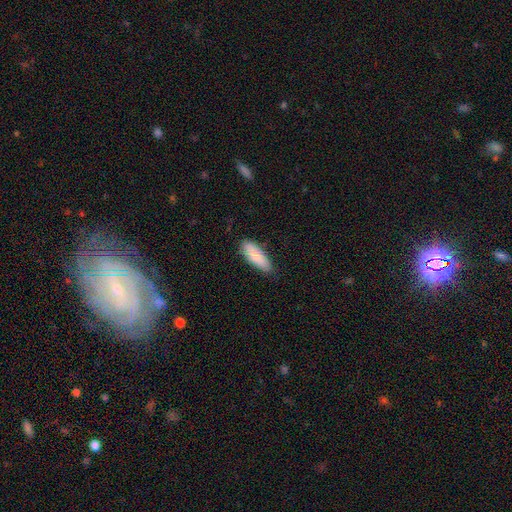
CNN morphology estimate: Q: Smooth or featured?
A: smooth (84%); runner-up: featured or disk (11%)
Q: How rounded?
A: in between (64%); runner-up: cigar-shaped (34%)
Q: Merging?
A: none (78%); runner-up: minor disturbance (18%)